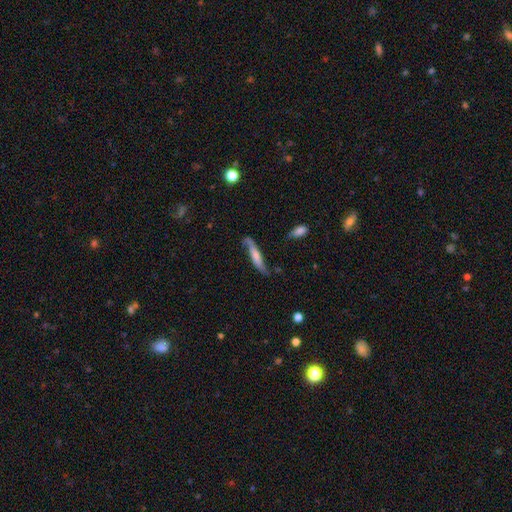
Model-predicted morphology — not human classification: This is possibly a featured or disk galaxy (51%). It is possibly viewed edge-on (54%). Merging: possibly none (58%).